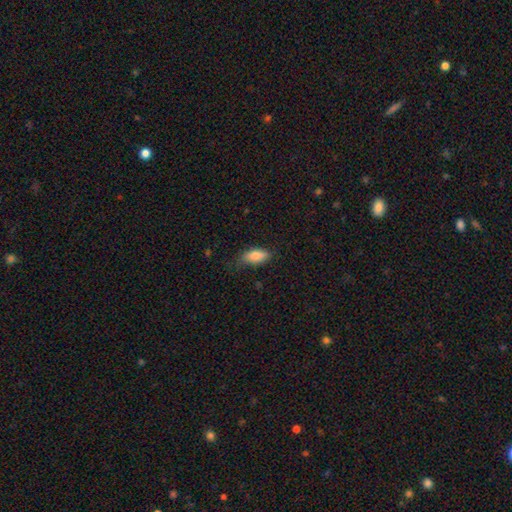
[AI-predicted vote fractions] smooth-or-featured: smooth: 86% | star or artifact: 7% | featured or disk: 7%
  how-rounded: in between: 86% | cigar-shaped: 12% | round: 3%
  merging: none: 64% | minor disturbance: 28% | major disturbance: 7% | merger: 1%